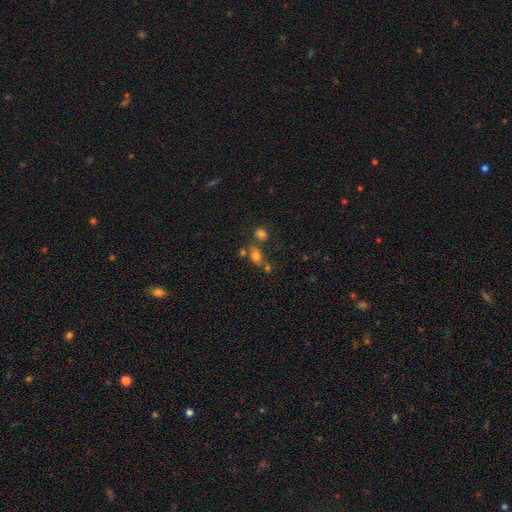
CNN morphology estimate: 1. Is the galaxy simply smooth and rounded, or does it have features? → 73% smooth, 15% star or artifact, 13% featured or disk.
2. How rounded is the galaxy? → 72% in between, 24% round, 4% cigar-shaped.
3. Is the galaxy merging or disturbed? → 53% none, 25% merger, 15% minor disturbance, 7% major disturbance.